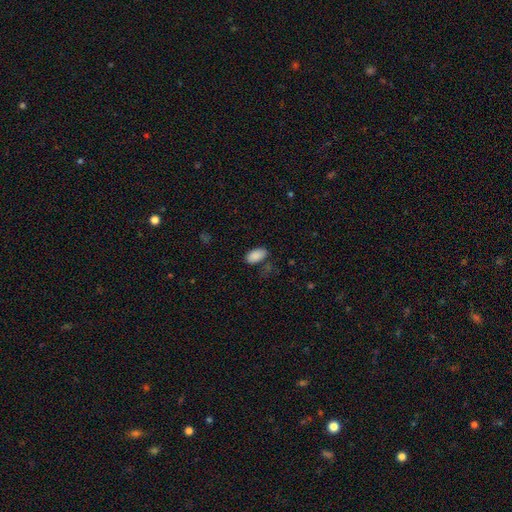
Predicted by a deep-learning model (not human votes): Smooth or featured: smooth — 87% (star or artifact — 8%)
How rounded: in between — 95% (round — 3%)
Merging: none — 74% (minor disturbance — 18%)